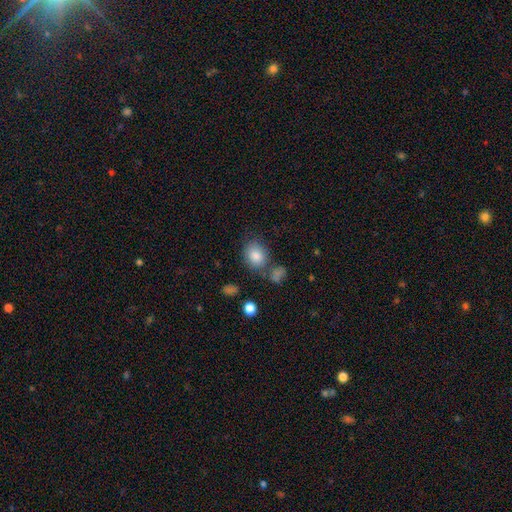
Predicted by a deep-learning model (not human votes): Overall: smooth (83%). How rounded: round (57%; in between 42%). Merging: none (67%).